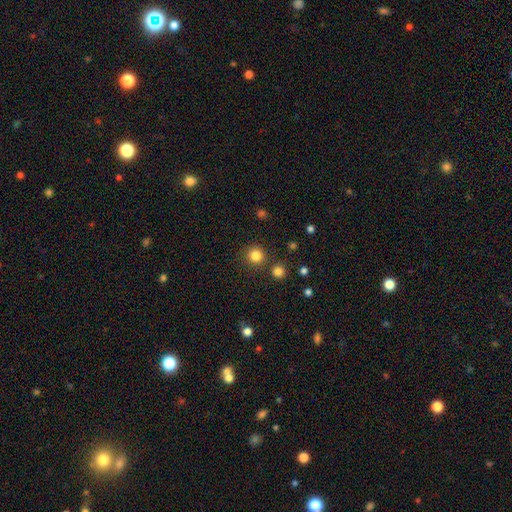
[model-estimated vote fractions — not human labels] Smooth or featured: smooth — 82% (star or artifact — 14%)
How rounded: round — 94% (in between — 5%)
Merging: none — 86% (minor disturbance — 6%)